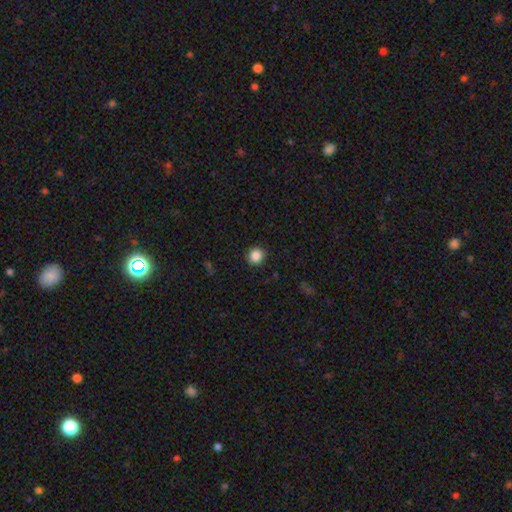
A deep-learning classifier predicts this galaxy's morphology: A smooth galaxy with no disk features (87%) that is round (90%). Merging: none (91%).